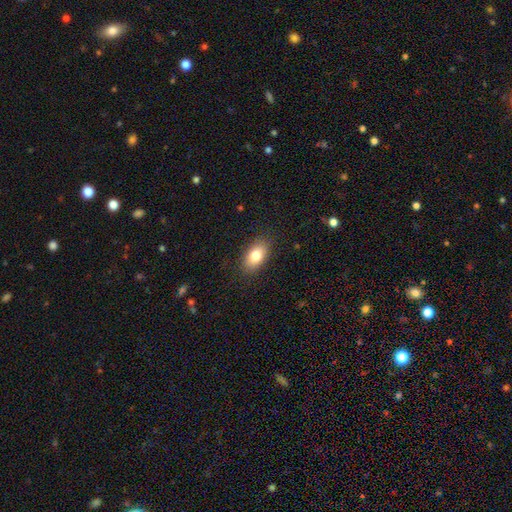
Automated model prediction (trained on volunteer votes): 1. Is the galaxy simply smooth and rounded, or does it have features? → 82% smooth, 10% featured or disk, 8% star or artifact.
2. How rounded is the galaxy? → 90% in between, 8% round, 3% cigar-shaped.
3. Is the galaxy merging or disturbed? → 86% none, 10% minor disturbance, 3% major disturbance, 1% merger.